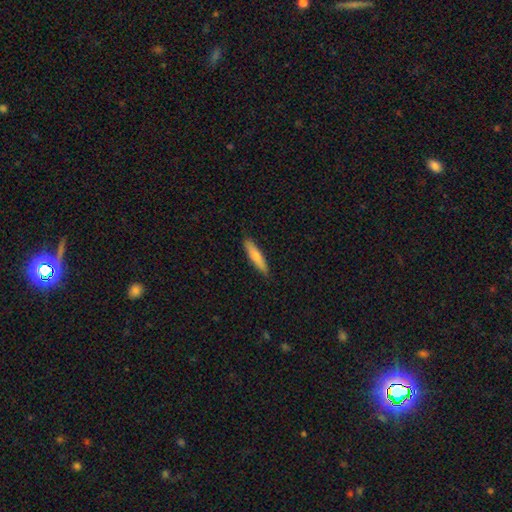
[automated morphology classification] The model was most divided on "smooth or featured": smooth: 63%, featured or disk: 31%, star or artifact: 6%. More confident: merging — none (89%); how rounded — cigar-shaped (84%).